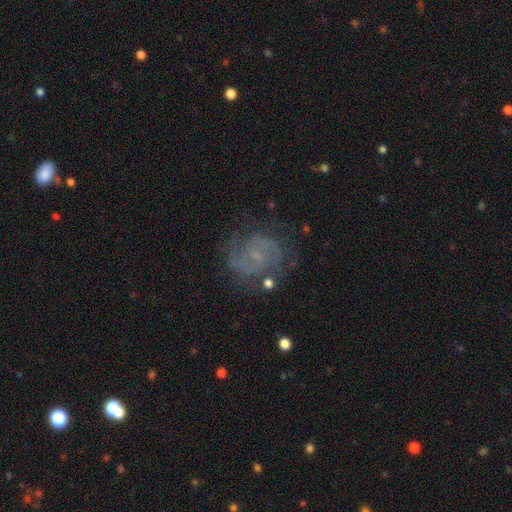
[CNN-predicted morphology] Smooth or featured: featured or disk — 76% (smooth — 13%)
Edge-on disk: no — 98% (yes — 2%)
Bar: no — 63% (weak — 32%)
Spiral arms: yes — 93% (no — 7%)
Spiral winding: tight — 43% (tied with medium — 43%)
Spiral arm count: 2 — 67% (can't tell — 16%)
Bulge size: small — 61% (none — 28%)
Merging: none — 73% (minor disturbance — 15%)